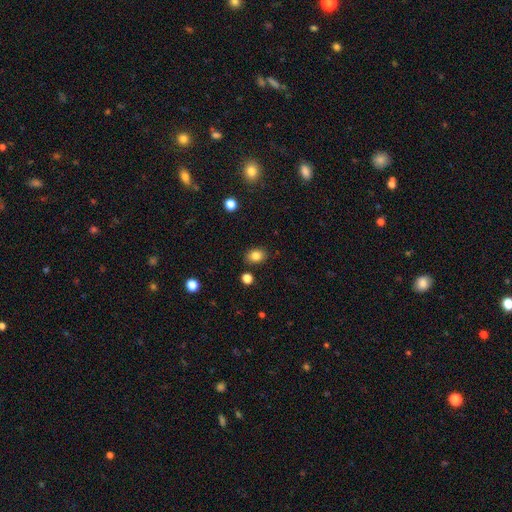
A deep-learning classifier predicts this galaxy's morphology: This appears to be a smooth galaxy with no disk features (82%) that is in between round and cigar-shaped (65%). Merging: none (86%).